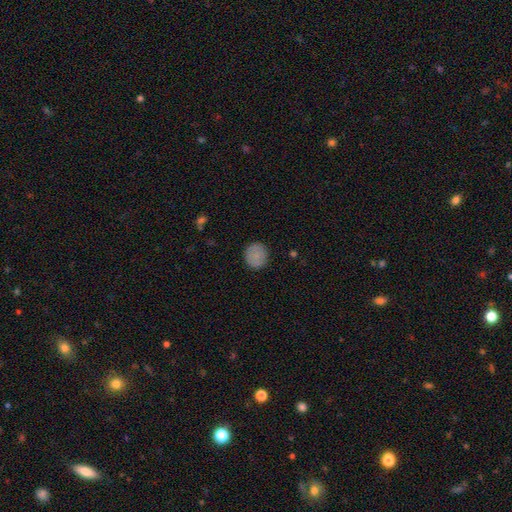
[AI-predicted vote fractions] A smooth galaxy with no disk features (85%) that is round (84%). Merging: none (88%).